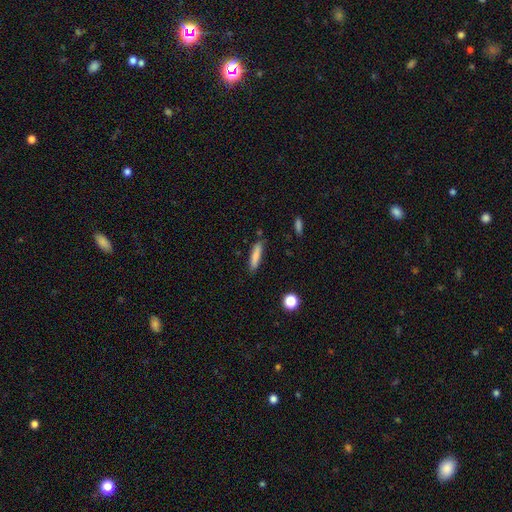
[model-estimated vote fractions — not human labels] smooth_or_featured: smooth (p=0.81) [alt: featured or disk p=0.12]
how_rounded: cigar-shaped (p=0.83) [alt: in between p=0.15]
merging: none (p=0.82) [alt: minor disturbance p=0.13]